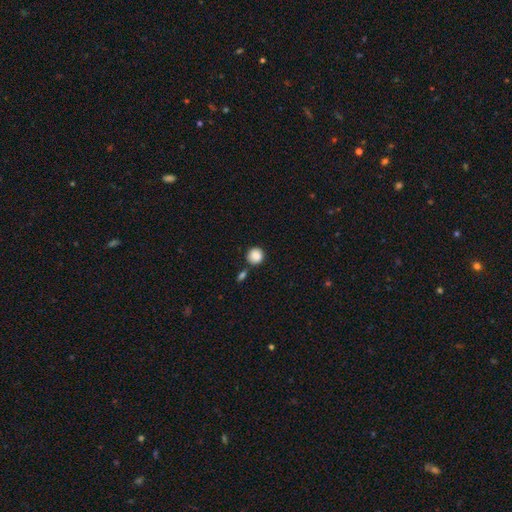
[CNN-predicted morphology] This is clearly a smooth galaxy (88%). How rounded: clearly round (92%). Merging: likely none (79%).